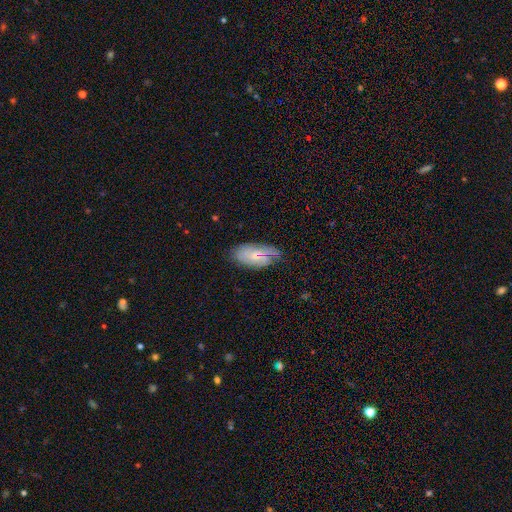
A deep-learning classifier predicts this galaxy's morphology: This is possibly a featured or disk galaxy (58%). It is clearly not viewed edge-on (94%). Bar: possibly no (53%). Spiral arm pattern: clearly yes (86%). Central bulge: likely small (61%). Merging: likely none (67%).